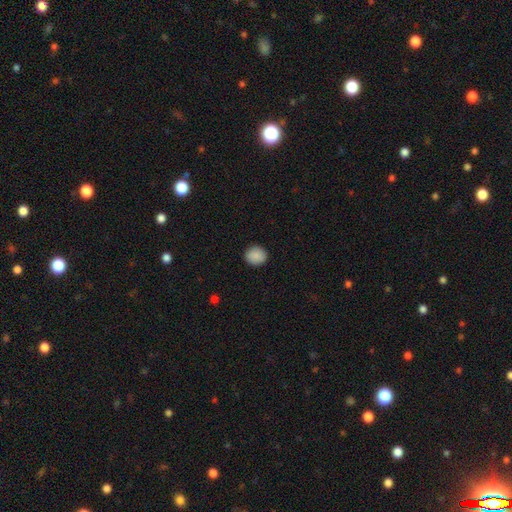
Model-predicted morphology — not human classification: smooth 89%, star or artifact 8%, featured or disk 3%. Down the decision tree: how rounded — round (80%); merging — none (90%).